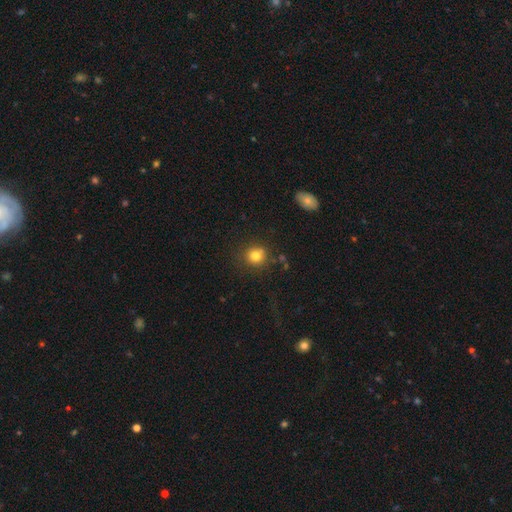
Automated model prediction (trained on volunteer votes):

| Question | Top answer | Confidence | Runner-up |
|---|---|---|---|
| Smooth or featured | smooth | 79% | star or artifact (12%) |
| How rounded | round | 88% | in between (11%) |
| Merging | none | 79% | minor disturbance (11%) |